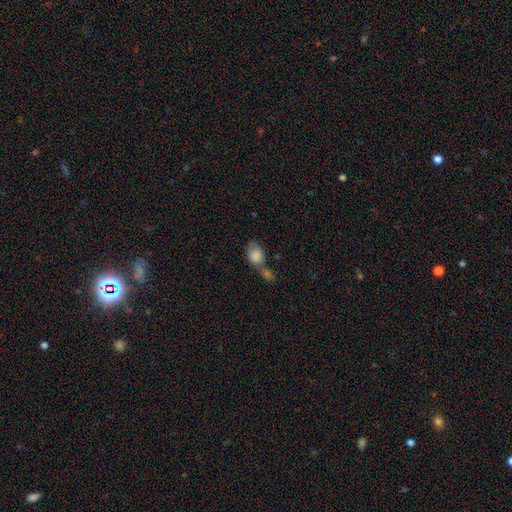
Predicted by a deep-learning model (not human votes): smooth 82%, featured or disk 11%, star or artifact 8%. Down the decision tree: how rounded — in between (76%); merging — merger (57%).